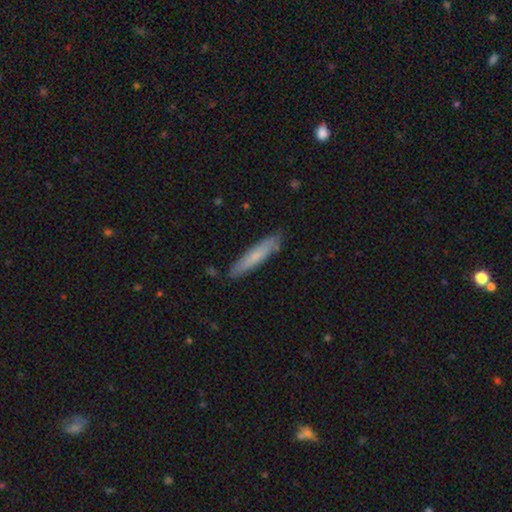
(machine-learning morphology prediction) smooth_or_featured: smooth (p=0.64) [alt: featured or disk p=0.30]
how_rounded: cigar-shaped (p=0.91) [alt: in between p=0.08]
merging: none (p=0.85) [alt: minor disturbance p=0.11]